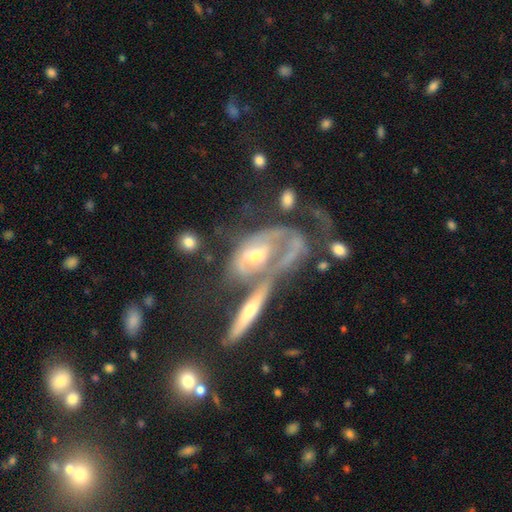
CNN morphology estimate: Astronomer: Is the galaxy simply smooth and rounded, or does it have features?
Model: featured or disk — 71%.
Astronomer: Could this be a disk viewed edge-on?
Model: no — 81%.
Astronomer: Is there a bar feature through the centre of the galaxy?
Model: no — 64%.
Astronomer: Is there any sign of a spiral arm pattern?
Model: yes — 62% (runner-up: no, 38%).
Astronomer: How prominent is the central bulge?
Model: moderate — 58%.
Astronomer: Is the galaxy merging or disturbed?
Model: merger — 47% (runner-up: major disturbance, 25%).